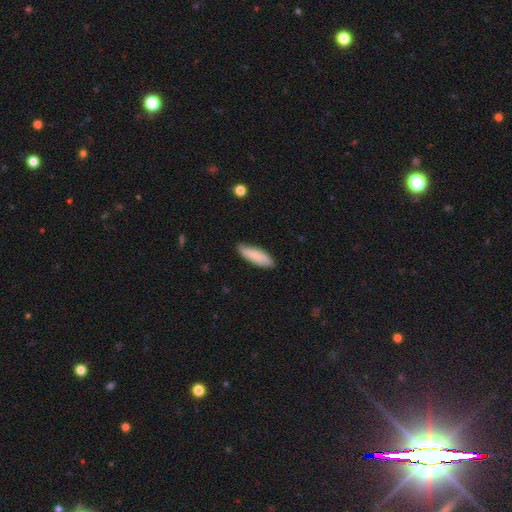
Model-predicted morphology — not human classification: This appears to be a smooth galaxy with no disk features (83%) that is in between round and cigar-shaped (50%). Merging: none (80%).